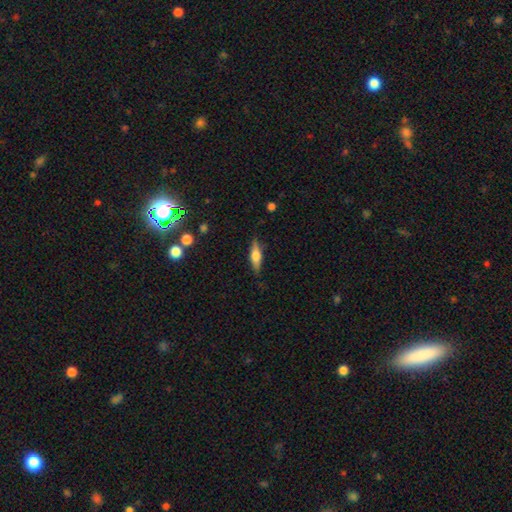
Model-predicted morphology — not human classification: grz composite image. It shows a smooth galaxy with no disk features (51%) that is cigar-shaped (57%). Merging: none (84%).